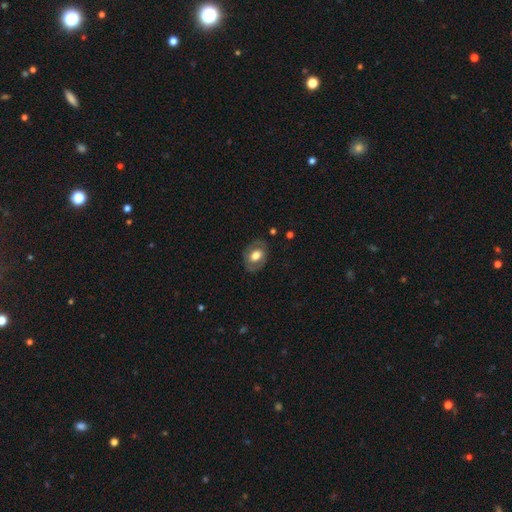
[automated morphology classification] This is possibly a smooth galaxy (47%). Merging: likely none (76%).